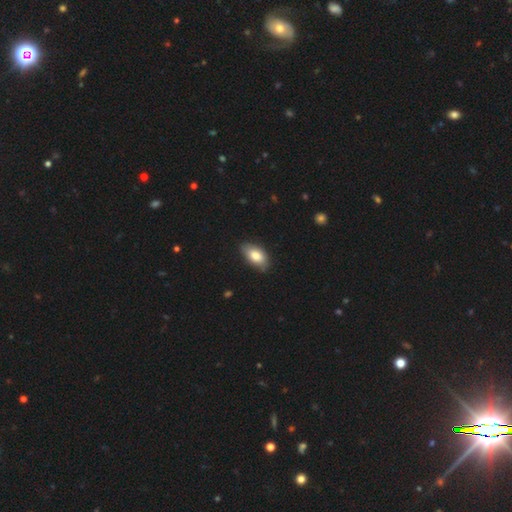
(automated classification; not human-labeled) Smooth or featured?
  - smooth: 81% *
  - featured or disk: 13%
  - star or artifact: 6%
How rounded?
  - in between: 93% *
  - round: 4%
  - cigar-shaped: 3%
Merging?
  - none: 78% *
  - minor disturbance: 18%
  - major disturbance: 3%
  - merger: 1%